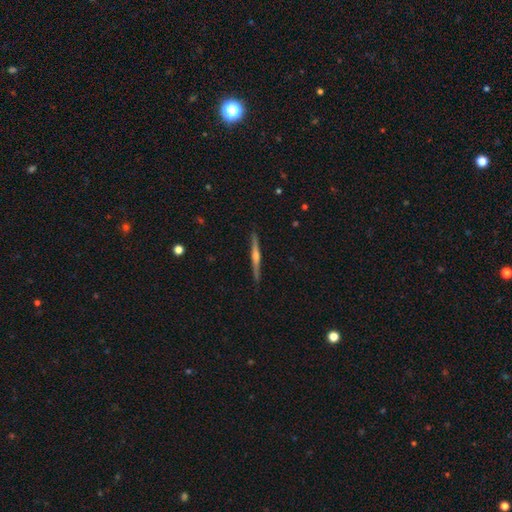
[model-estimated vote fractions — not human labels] Smooth or featured: featured or disk — 77% (smooth — 18%)
Edge-on disk: yes — 98% (no — 2%)
Edge-on bulge: rounded — 81% (none — 12%)
Merging: none — 92% (minor disturbance — 6%)